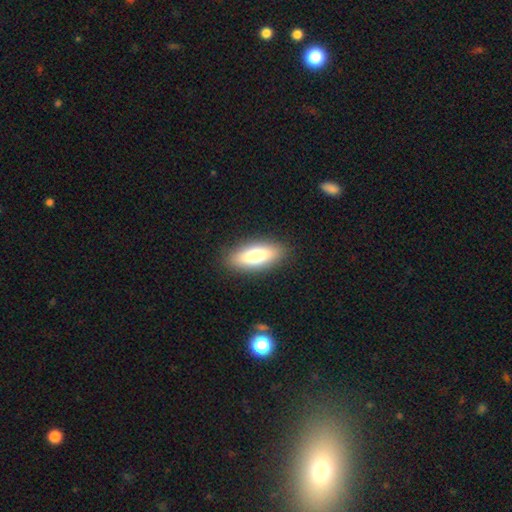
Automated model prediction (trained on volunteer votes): Smooth or featured?
  - smooth: 75% *
  - featured or disk: 17%
  - star or artifact: 7%
How rounded?
  - in between: 71% *
  - cigar-shaped: 26%
  - round: 3%
Merging?
  - none: 88% *
  - minor disturbance: 8%
  - major disturbance: 3%
  - merger: 1%